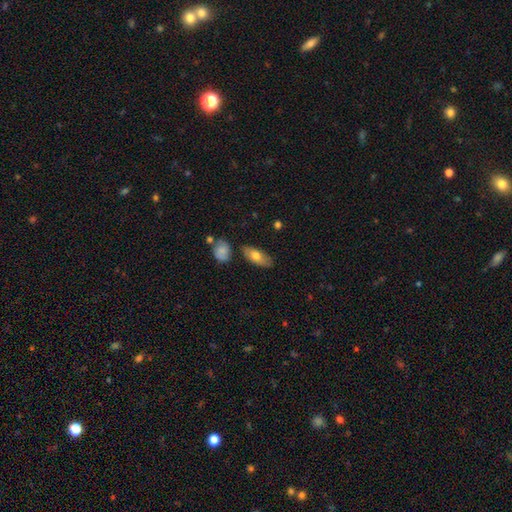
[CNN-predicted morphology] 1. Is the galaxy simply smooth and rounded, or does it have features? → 70% smooth, 23% featured or disk, 6% star or artifact.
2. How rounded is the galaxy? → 82% in between, 15% cigar-shaped, 3% round.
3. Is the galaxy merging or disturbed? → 77% none, 16% minor disturbance, 4% merger, 3% major disturbance.